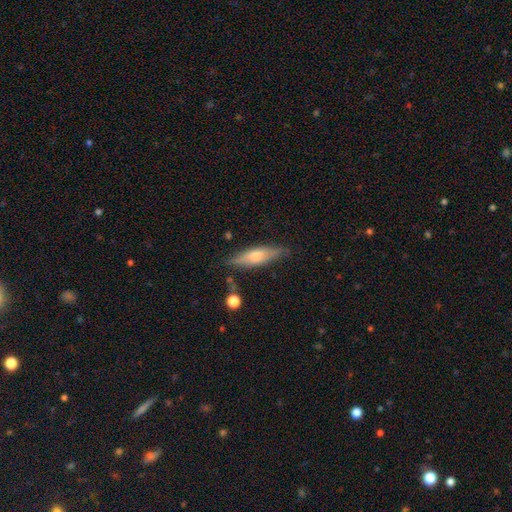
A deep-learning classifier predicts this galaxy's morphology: Smooth or featured?
  - smooth: 48% *
  - featured or disk: 46%
  - star or artifact: 7%
Merging?
  - none: 82% *
  - minor disturbance: 13%
  - major disturbance: 3%
  - merger: 2%